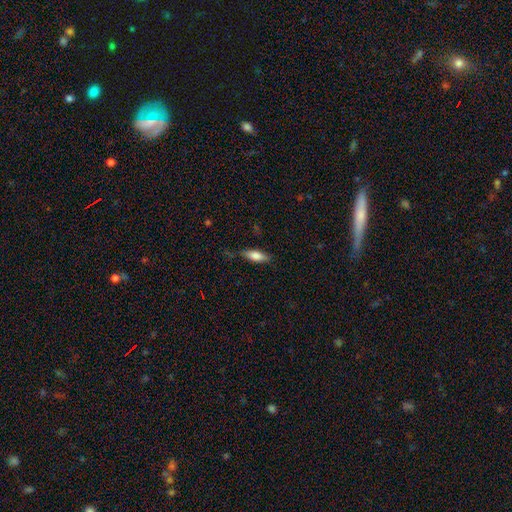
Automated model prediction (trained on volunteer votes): A smooth galaxy with no disk features (75%) that is in between round and cigar-shaped (64%).

Vote fractions:
- Smooth or featured? smooth: 75% / featured or disk: 18% / star or artifact: 7%
- How rounded? in between: 64% / cigar-shaped: 34% / round: 2%
- Merging? none: 72% / minor disturbance: 21% / major disturbance: 5% / merger: 2%